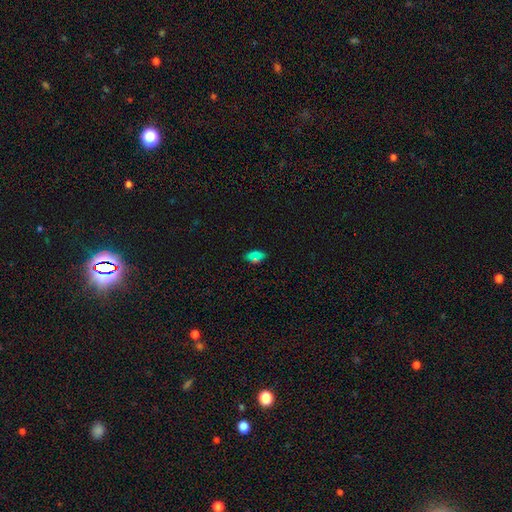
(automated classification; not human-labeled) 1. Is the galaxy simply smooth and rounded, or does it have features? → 67% smooth, 23% star or artifact, 11% featured or disk.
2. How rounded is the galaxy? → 86% in between, 7% cigar-shaped, 7% round.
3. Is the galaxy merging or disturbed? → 80% none, 13% minor disturbance, 4% merger, 4% major disturbance.